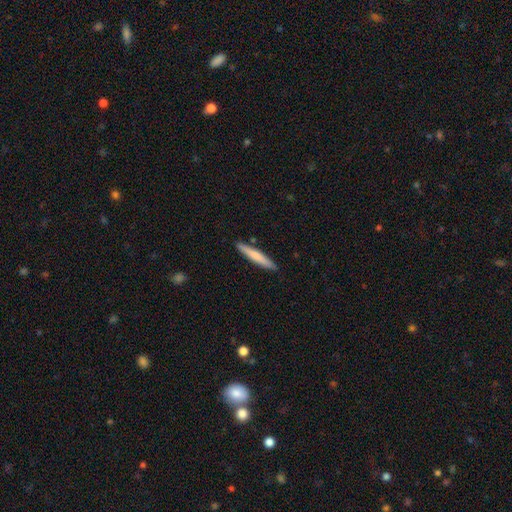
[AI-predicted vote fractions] smooth_or_featured: smooth (p=0.67) [alt: featured or disk p=0.28]
how_rounded: cigar-shaped (p=0.93) [alt: in between p=0.05]
merging: none (p=0.89) [alt: minor disturbance p=0.08]